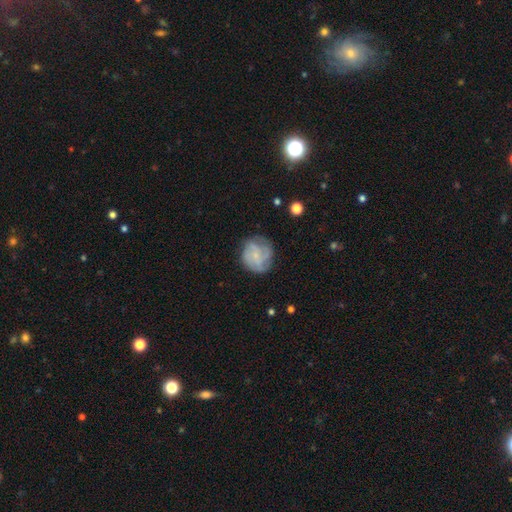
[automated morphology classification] smooth_or_featured: featured or disk (p=0.62) [alt: smooth p=0.31]
disk_edge_on: no (p=0.98) [alt: yes p=0.02]
bar: no (p=0.74) [alt: weak p=0.23]
has_spiral_arms: yes (p=0.84) [alt: no p=0.16]
spiral_winding: tight (p=0.47) [alt: medium p=0.38]
spiral_arm_count: can't tell (p=0.34) [alt: 3 p=0.26]
bulge_size: small (p=0.68) [alt: none p=0.17]
merging: none (p=0.67) [alt: minor disturbance p=0.21]